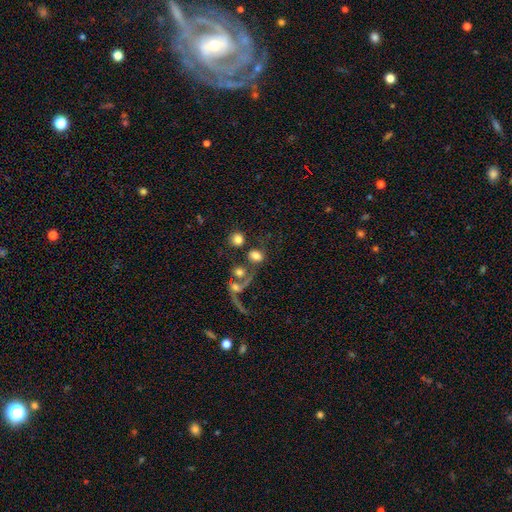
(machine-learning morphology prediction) Smooth or featured? smooth (69%)
How rounded? round (54%)
Merging? none (40%)